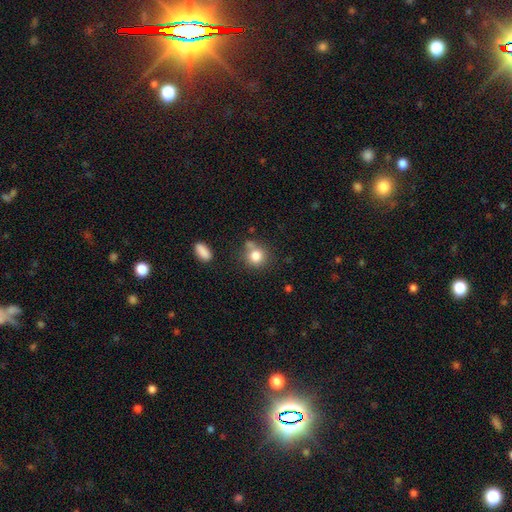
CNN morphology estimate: smooth-or-featured: smooth: 82% | star or artifact: 10% | featured or disk: 8%
  how-rounded: round: 83% | in between: 16% | cigar-shaped: 1%
  merging: none: 63% | minor disturbance: 16% | merger: 16% | major disturbance: 5%